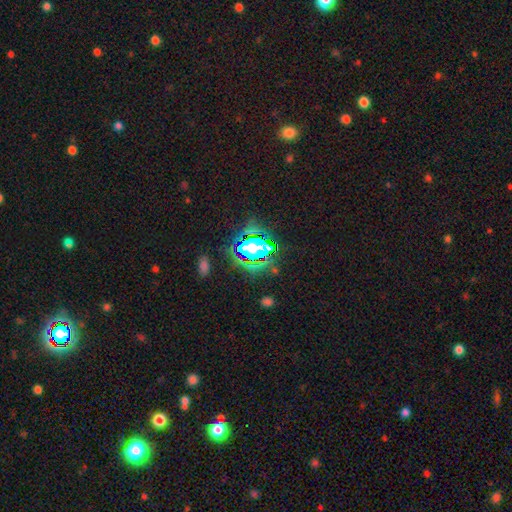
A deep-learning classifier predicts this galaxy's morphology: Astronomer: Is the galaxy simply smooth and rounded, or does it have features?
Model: star or artifact — 82%.